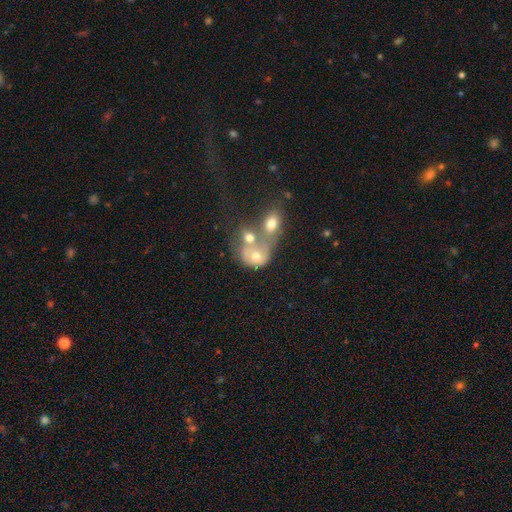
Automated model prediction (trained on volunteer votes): Q: Smooth or featured?
A: smooth (56%); runner-up: featured or disk (32%)
Q: How rounded?
A: round (50%); runner-up: in between (49%)
Q: Merging?
A: merger (68%); runner-up: none (14%)